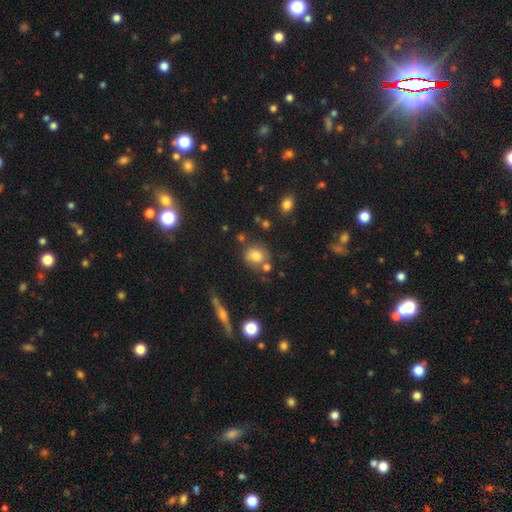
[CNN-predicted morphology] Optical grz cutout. It shows a smooth galaxy with no disk features (78%) that is round (68%). Merging: none (65%).